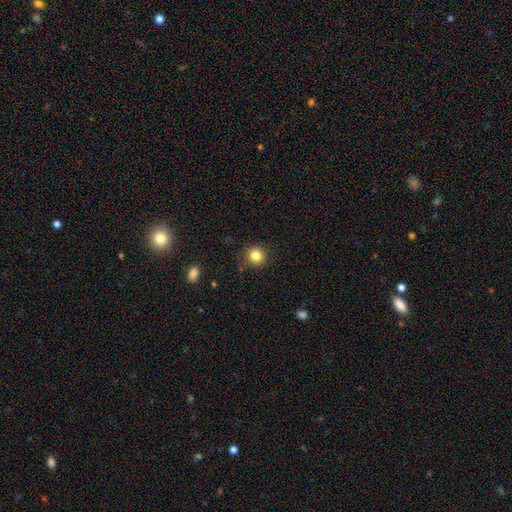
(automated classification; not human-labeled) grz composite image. It shows a smooth galaxy with no disk features (83%) that is round (90%). Merging: none (86%).